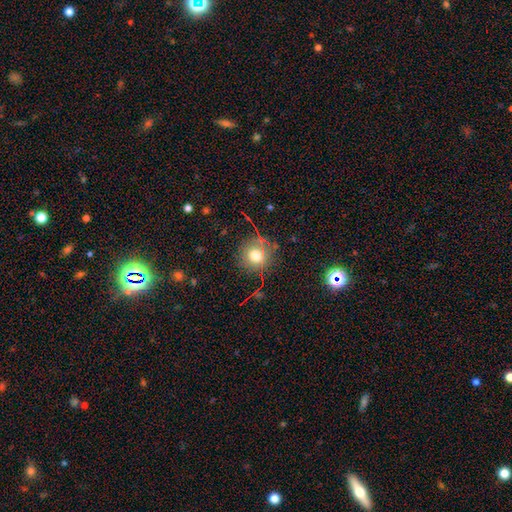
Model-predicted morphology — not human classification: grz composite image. It shows a smooth galaxy with no disk features (74%) that is round (93%). Merging: none (84%).